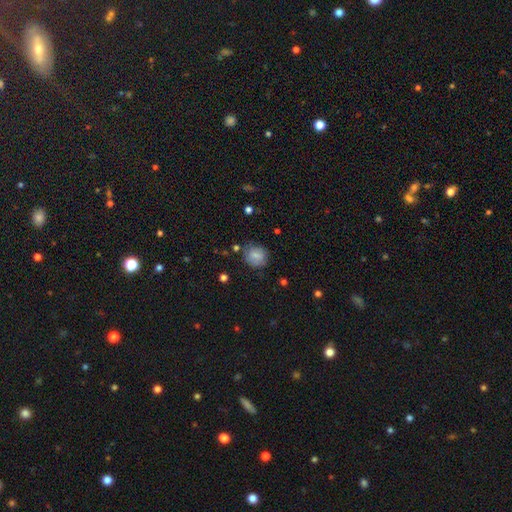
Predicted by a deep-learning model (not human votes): Q: Smooth or featured?
A: smooth (78%); runner-up: featured or disk (12%)
Q: How rounded?
A: round (80%); runner-up: in between (19%)
Q: Merging?
A: none (72%); runner-up: minor disturbance (19%)